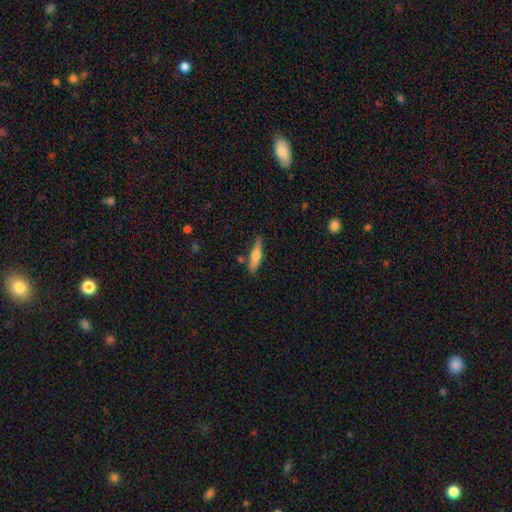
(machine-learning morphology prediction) Overall: smooth (55%; featured or disk 39%). How rounded: cigar-shaped (77%). Merging: none (78%).